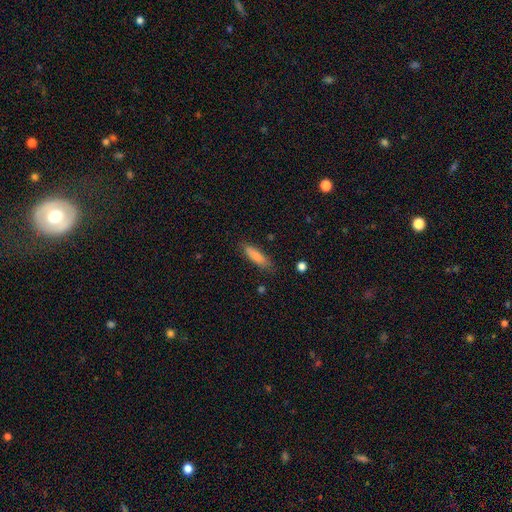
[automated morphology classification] Smooth or featured?
  - smooth: 86% *
  - featured or disk: 8%
  - star or artifact: 7%
How rounded?
  - cigar-shaped: 60% *
  - in between: 39%
  - round: 2%
Merging?
  - none: 79% *
  - minor disturbance: 16%
  - major disturbance: 3%
  - merger: 2%